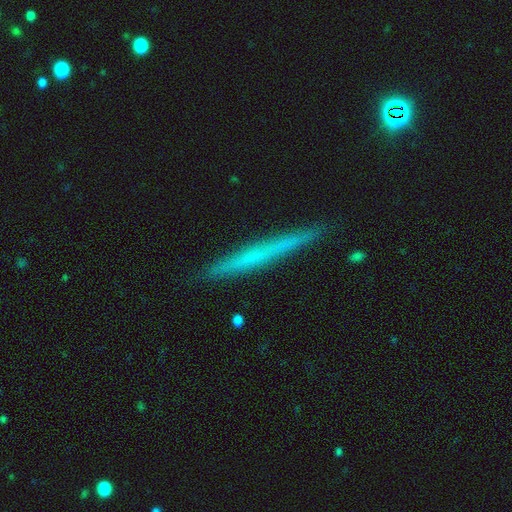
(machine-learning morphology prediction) featured or disk 49%, smooth 44%, star or artifact 7%. Down the decision tree: merging — none (91%).